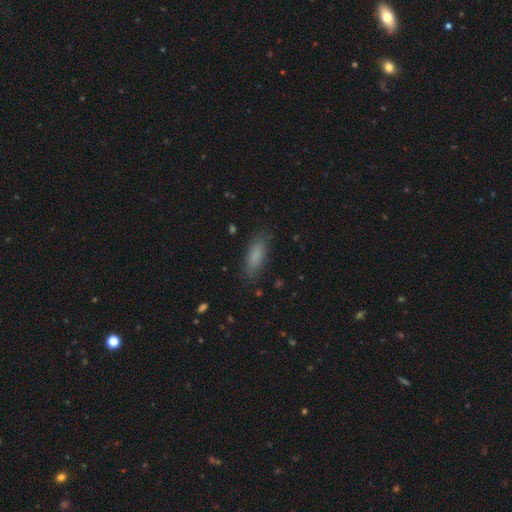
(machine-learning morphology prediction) Smooth or featured?
  - smooth: 83% *
  - featured or disk: 8%
  - star or artifact: 8%
How rounded?
  - in between: 60% *
  - cigar-shaped: 38%
  - round: 2%
Merging?
  - none: 84% *
  - minor disturbance: 12%
  - major disturbance: 3%
  - merger: 1%